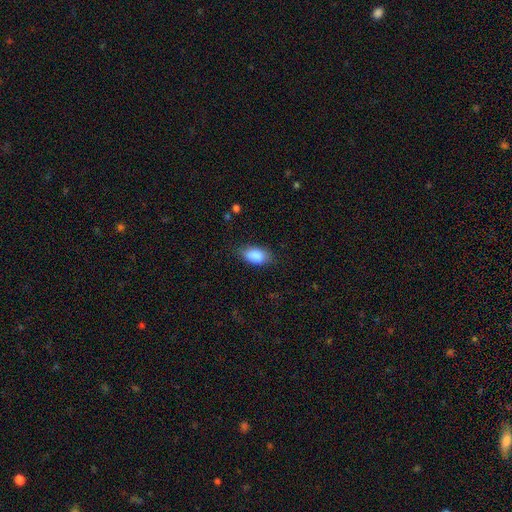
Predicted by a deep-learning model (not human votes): This is clearly a smooth galaxy (87%). How rounded: clearly in between (92%). Merging: likely none (78%).